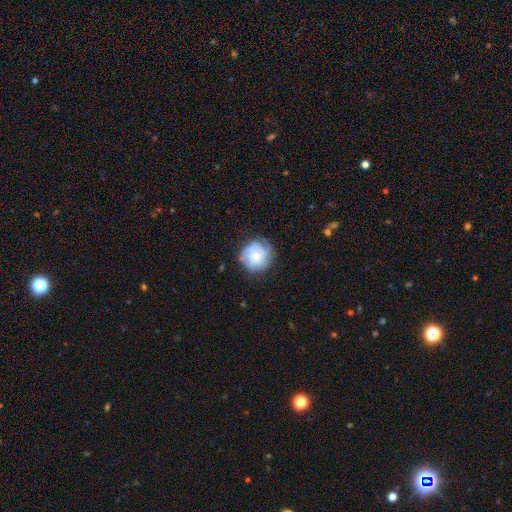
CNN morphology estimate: type=smooth (62%); roundness=round (92%); merging=none (75%).